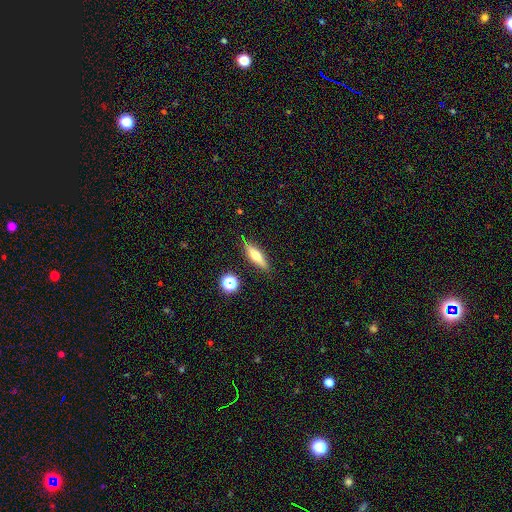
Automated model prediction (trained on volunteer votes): smooth_or_featured: featured or disk (p=0.47) [alt: smooth p=0.43]
merging: none (p=0.83) [alt: minor disturbance p=0.11]